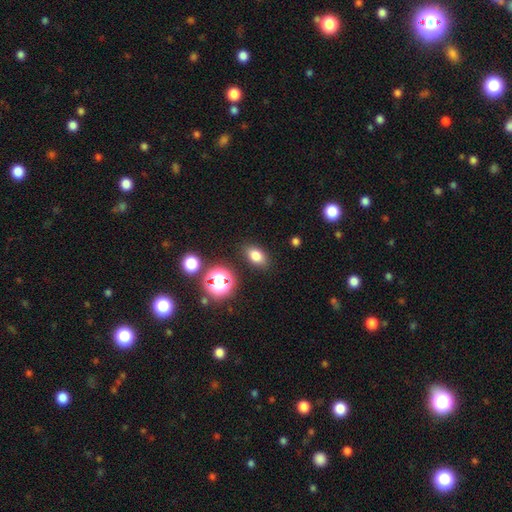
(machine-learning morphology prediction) This is likely a smooth galaxy (78%). How rounded: clearly in between (80%). Merging: clearly none (86%).